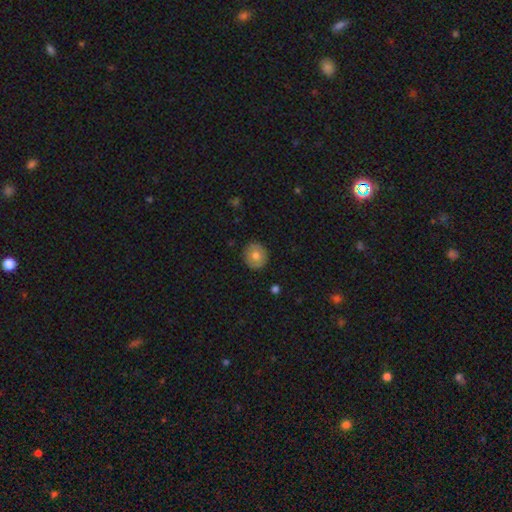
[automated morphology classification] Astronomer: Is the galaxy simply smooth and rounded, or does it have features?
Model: smooth — 72%.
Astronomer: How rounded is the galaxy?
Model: round — 87%.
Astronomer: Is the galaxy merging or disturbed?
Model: none — 89%.